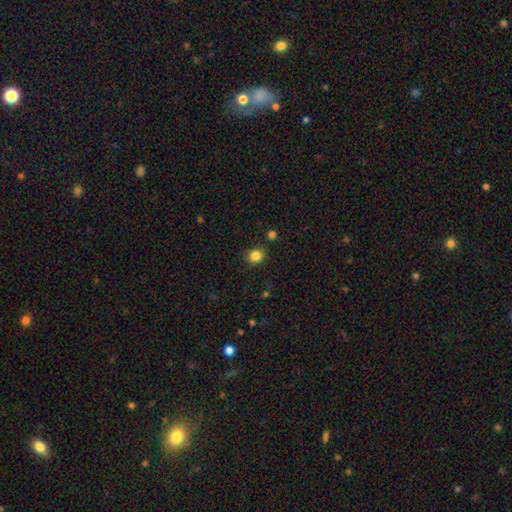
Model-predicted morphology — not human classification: type=smooth (84%); roundness=round (77%); merging=none (86%).